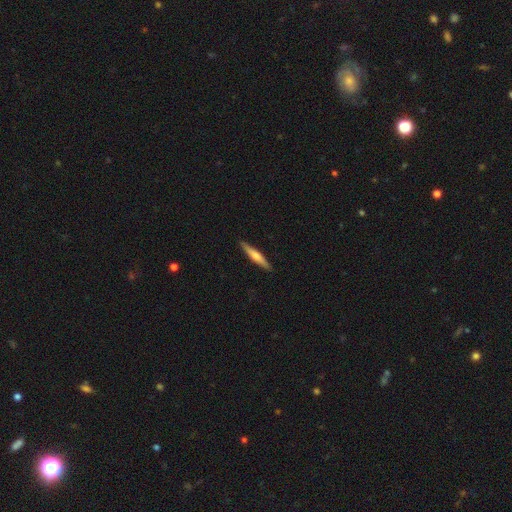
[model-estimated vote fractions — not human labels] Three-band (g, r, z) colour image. It shows a featured or disk galaxy (47%, tied with smooth). Merging: none (90%).